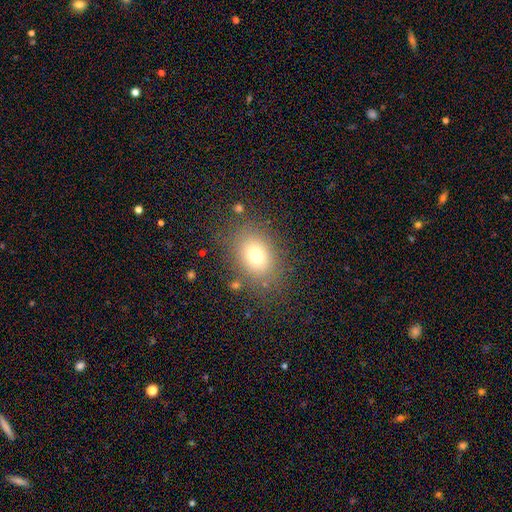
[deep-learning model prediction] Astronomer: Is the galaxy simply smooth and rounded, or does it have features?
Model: smooth — 75%.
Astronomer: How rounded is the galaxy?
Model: in between — 68%.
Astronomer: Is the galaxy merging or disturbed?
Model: none — 80%.